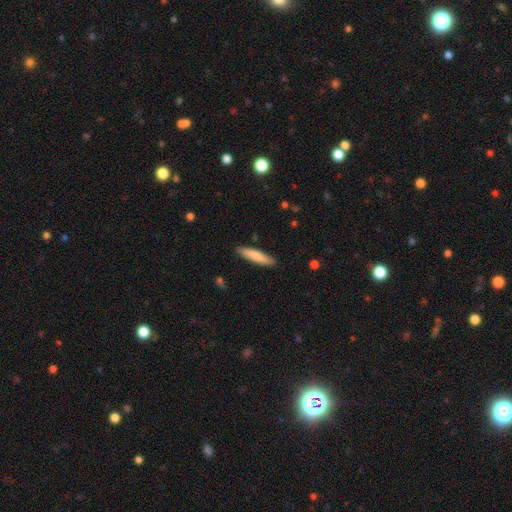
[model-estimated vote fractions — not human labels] Overall: smooth (80%). How rounded: cigar-shaped (85%). Merging: none (89%).